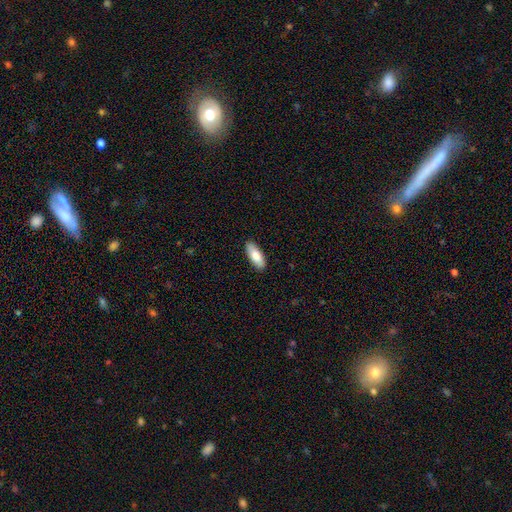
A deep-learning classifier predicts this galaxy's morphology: smooth-or-featured: smooth: 82% | featured or disk: 13% | star or artifact: 6%
  how-rounded: in between: 79% | cigar-shaped: 19% | round: 2%
  merging: none: 89% | minor disturbance: 8% | major disturbance: 2% | merger: 1%